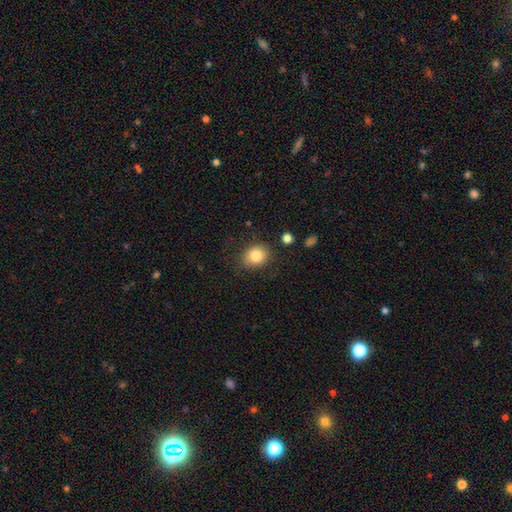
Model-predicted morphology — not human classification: The model was most divided on "how rounded": round: 58%, in between: 41%, cigar-shaped: 1%. More confident: smooth or featured — smooth (83%); merging — none (81%).